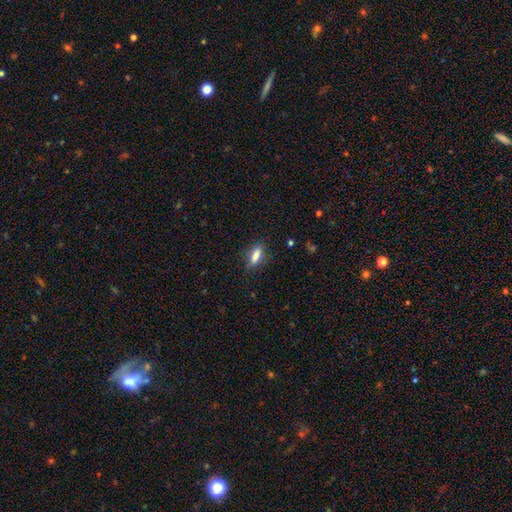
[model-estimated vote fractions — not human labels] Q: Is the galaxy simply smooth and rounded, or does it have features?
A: smooth — 77%.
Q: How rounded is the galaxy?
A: in between — 53%.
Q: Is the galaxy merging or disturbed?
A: none — 80%.